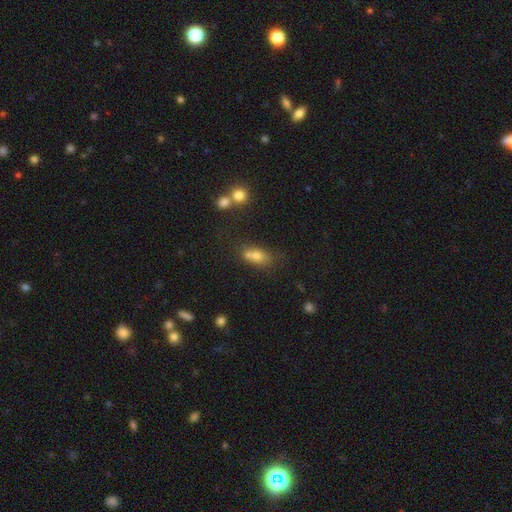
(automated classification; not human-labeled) smooth-or-featured: smooth: 70% | featured or disk: 16% | star or artifact: 15%
  how-rounded: in between: 65% | round: 29% | cigar-shaped: 6%
  merging: merger: 44% | none: 37% | minor disturbance: 13% | major disturbance: 6%